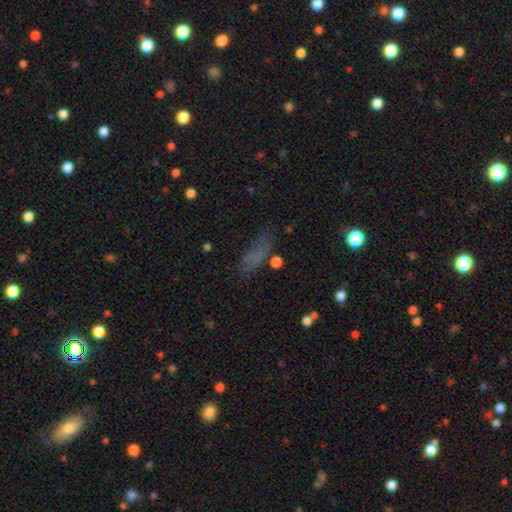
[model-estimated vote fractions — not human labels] Smooth or featured? smooth (60%)
How rounded? in between (55%)
Merging? none (61%)